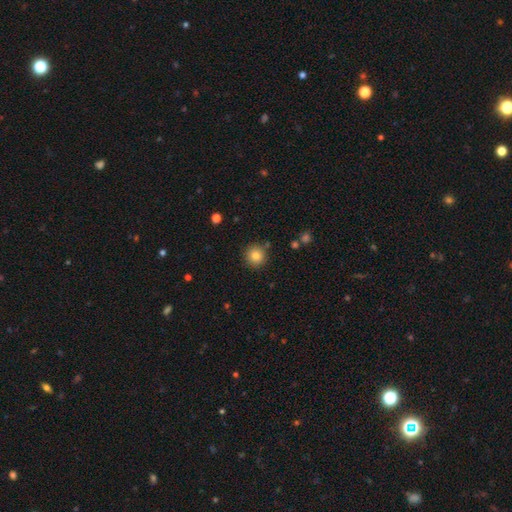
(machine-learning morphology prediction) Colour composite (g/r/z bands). It shows a smooth galaxy with no disk features (82%) that is round (94%). Merging: none (88%).